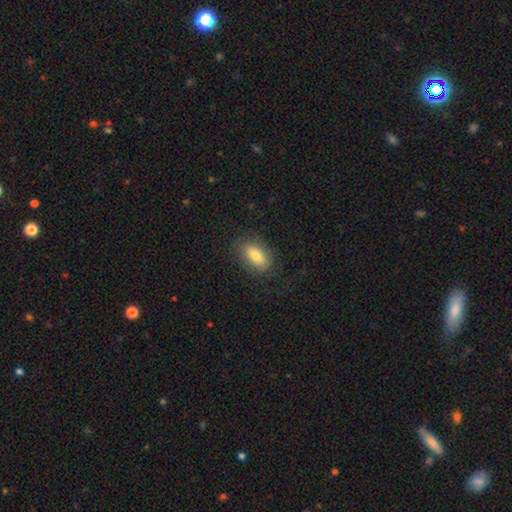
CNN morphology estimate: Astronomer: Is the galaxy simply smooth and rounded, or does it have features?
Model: smooth — 73%.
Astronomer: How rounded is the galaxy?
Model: in between — 87%.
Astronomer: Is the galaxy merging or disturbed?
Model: none — 80%.